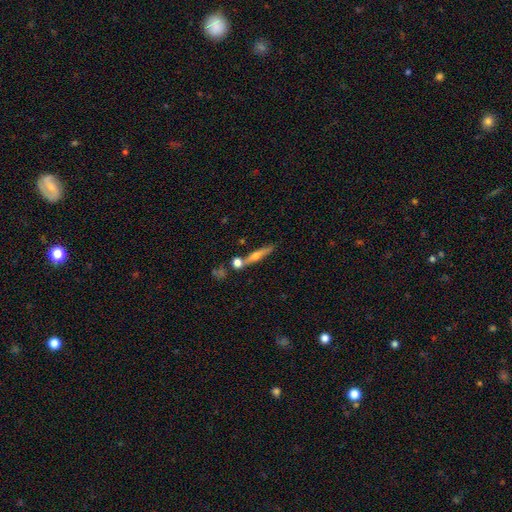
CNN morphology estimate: Smooth or featured?
  - featured or disk: 62% *
  - smooth: 31%
  - star or artifact: 7%
Edge-on disk?
  - yes: 94% *
  - no: 6%
Edge-on bulge?
  - rounded: 91% *
  - none: 5%
  - boxy: 4%
Merging?
  - none: 70% *
  - merger: 17%
  - minor disturbance: 10%
  - major disturbance: 3%